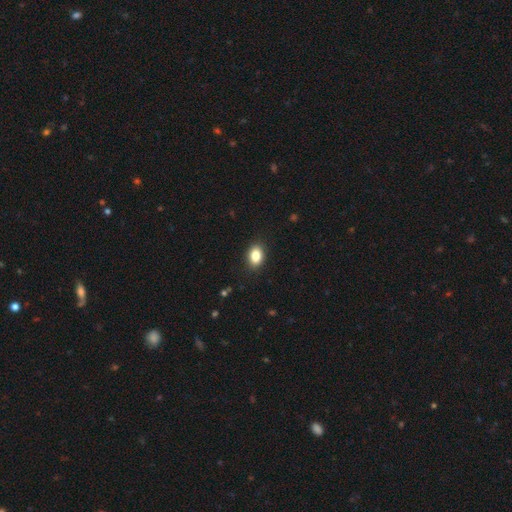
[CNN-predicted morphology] Overall: smooth (85%). How rounded: in between (81%). Merging: none (89%).